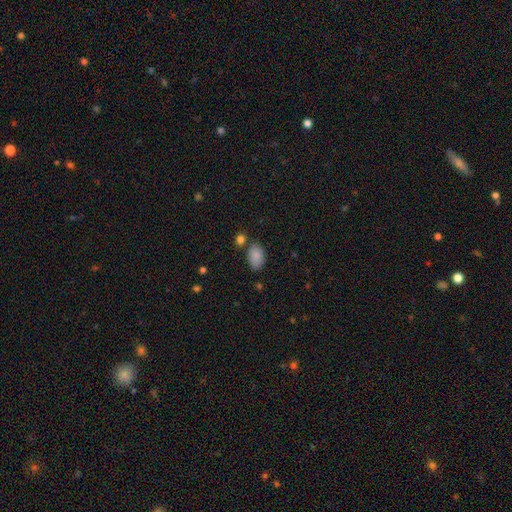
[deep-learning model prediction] This is clearly a smooth galaxy (87%). How rounded: clearly in between (90%). Merging: likely none (70%).